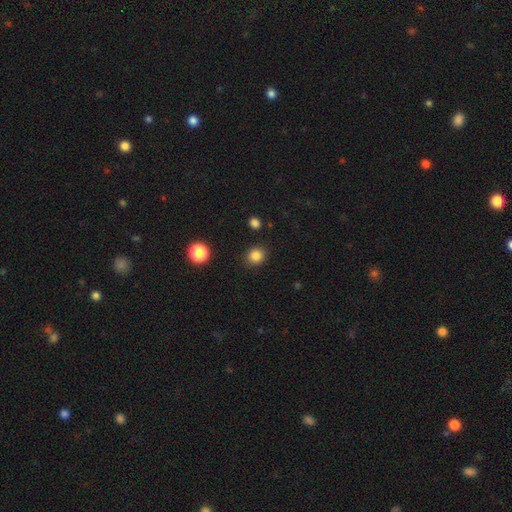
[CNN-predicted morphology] A smooth galaxy with no disk features (84%) that is round (82%). Merging: none (89%).